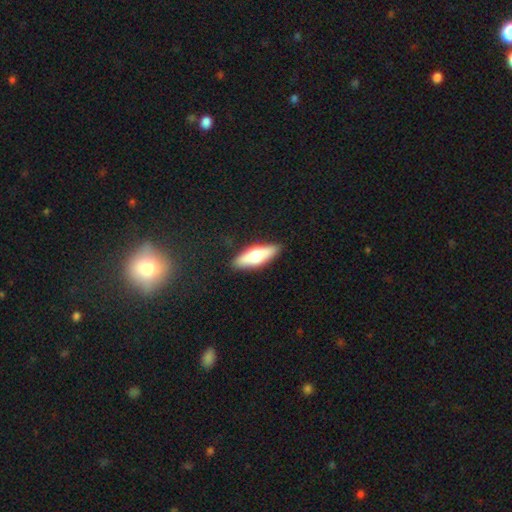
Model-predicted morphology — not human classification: Smooth or featured?
  - smooth: 59% *
  - featured or disk: 36%
  - star or artifact: 6%
How rounded?
  - in between: 52% *
  - cigar-shaped: 45%
  - round: 2%
Merging?
  - none: 88% *
  - minor disturbance: 9%
  - major disturbance: 2%
  - merger: 1%